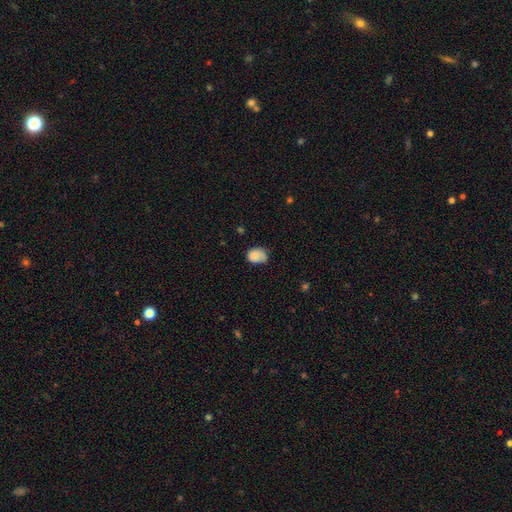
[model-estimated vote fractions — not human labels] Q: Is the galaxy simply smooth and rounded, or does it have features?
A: smooth — 82%.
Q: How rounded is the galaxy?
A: in between — 62%.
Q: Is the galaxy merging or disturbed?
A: none — 52%.